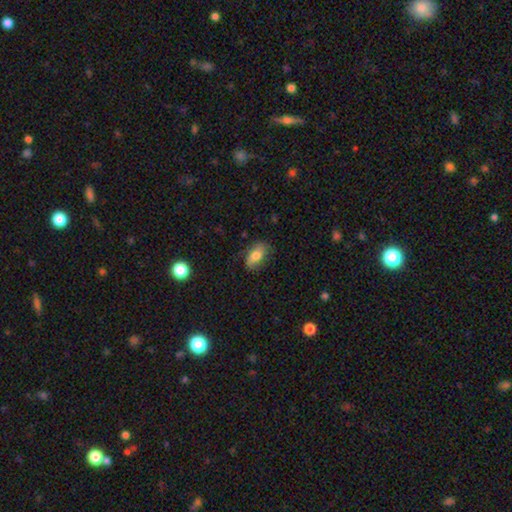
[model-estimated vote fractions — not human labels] Q: Smooth or featured?
A: smooth (72%); runner-up: featured or disk (21%)
Q: How rounded?
A: in between (90%); runner-up: round (7%)
Q: Merging?
A: none (70%); runner-up: minor disturbance (22%)